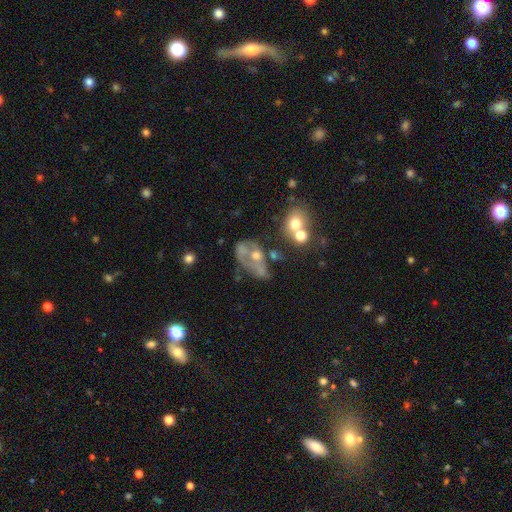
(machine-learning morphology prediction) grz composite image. It shows a featured or disk galaxy (54%) with no bar (84%), no spiral arms (79%) and a moderate central bulge (53%). Merging: major disturbance (30%).